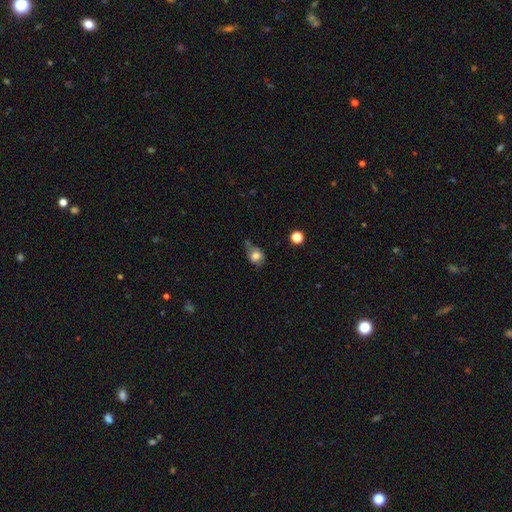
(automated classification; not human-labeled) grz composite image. It shows a smooth galaxy with no disk features (79%) that is round (63%). Merging: none (50%).